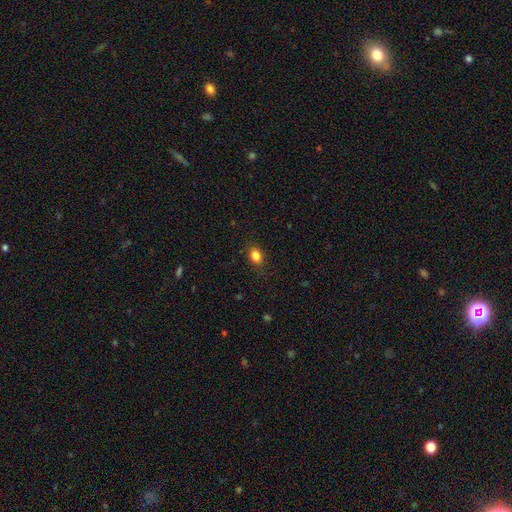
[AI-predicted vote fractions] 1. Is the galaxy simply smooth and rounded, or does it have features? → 84% smooth, 10% star or artifact, 6% featured or disk.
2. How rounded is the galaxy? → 72% in between, 26% round, 2% cigar-shaped.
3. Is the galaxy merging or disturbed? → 84% none, 12% minor disturbance, 3% major disturbance, 1% merger.